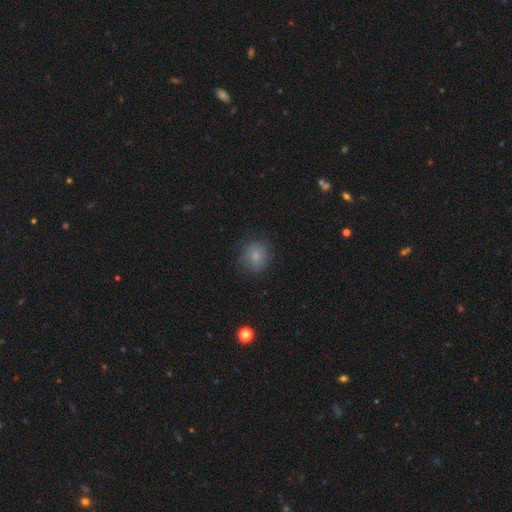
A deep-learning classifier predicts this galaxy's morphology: Q: Smooth or featured?
A: smooth (79%); runner-up: featured or disk (11%)
Q: How rounded?
A: round (82%); runner-up: in between (18%)
Q: Merging?
A: none (81%); runner-up: minor disturbance (14%)